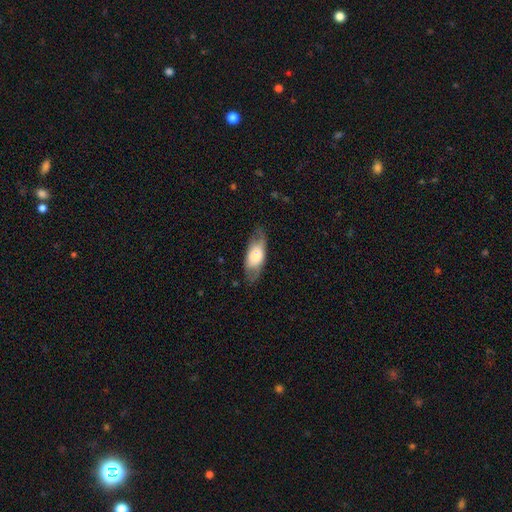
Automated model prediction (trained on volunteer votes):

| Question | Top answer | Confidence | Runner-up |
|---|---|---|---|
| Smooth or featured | smooth | 61% | featured or disk (33%) |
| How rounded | in between | 82% | cigar-shaped (14%) |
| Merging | none | 71% | minor disturbance (20%) |